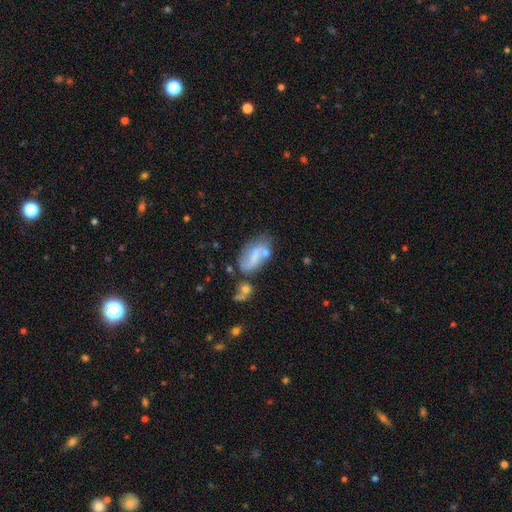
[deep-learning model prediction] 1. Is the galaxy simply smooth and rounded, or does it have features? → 48% featured or disk, 43% smooth, 9% star or artifact.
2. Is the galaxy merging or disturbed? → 43% none, 23% minor disturbance, 21% merger, 13% major disturbance.